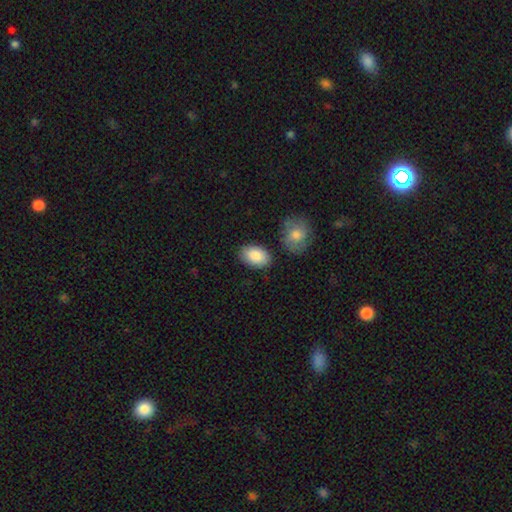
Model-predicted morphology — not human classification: smooth-or-featured: smooth: 87% | featured or disk: 7% | star or artifact: 6%
  how-rounded: in between: 92% | round: 7% | cigar-shaped: 1%
  merging: none: 80% | minor disturbance: 13% | merger: 5% | major disturbance: 3%